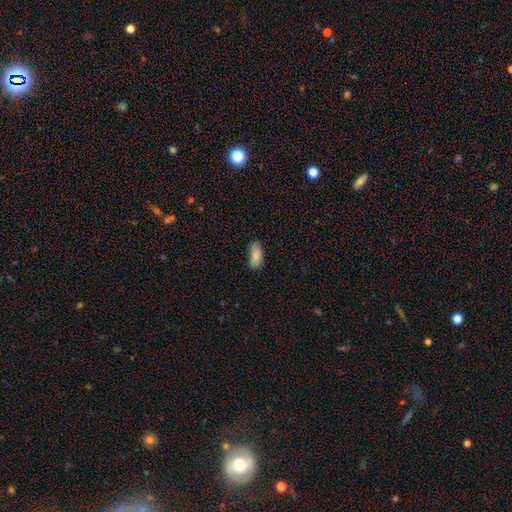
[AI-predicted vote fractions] Overall: smooth (86%). How rounded: in between (82%). Merging: none (83%).